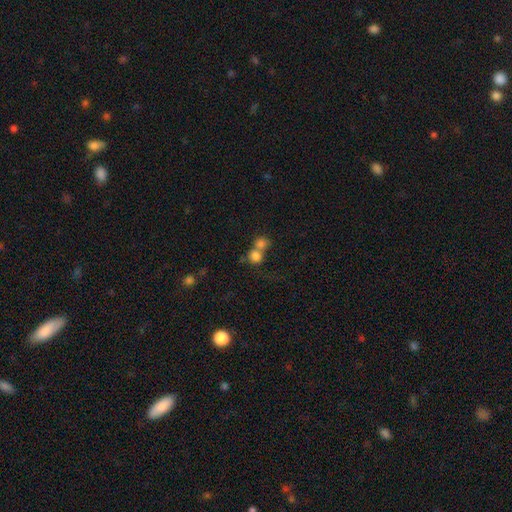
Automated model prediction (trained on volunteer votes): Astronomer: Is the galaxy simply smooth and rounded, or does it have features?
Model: smooth — 77%.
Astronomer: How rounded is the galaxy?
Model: round — 79%.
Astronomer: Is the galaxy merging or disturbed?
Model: merger — 59%.